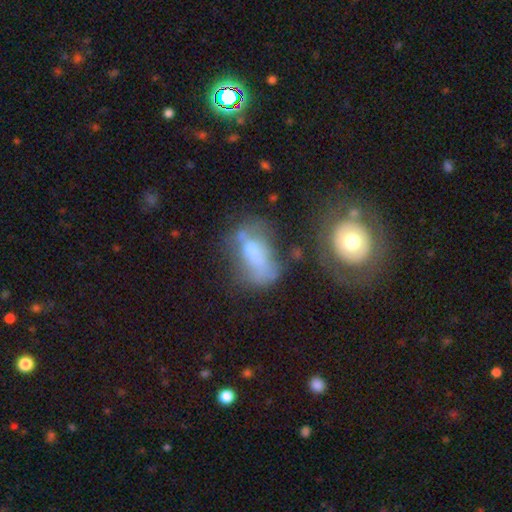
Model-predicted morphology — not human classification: Q: Smooth or featured?
A: smooth (46%); runner-up: featured or disk (41%)
Q: Merging?
A: major disturbance (32%); runner-up: none (28%)